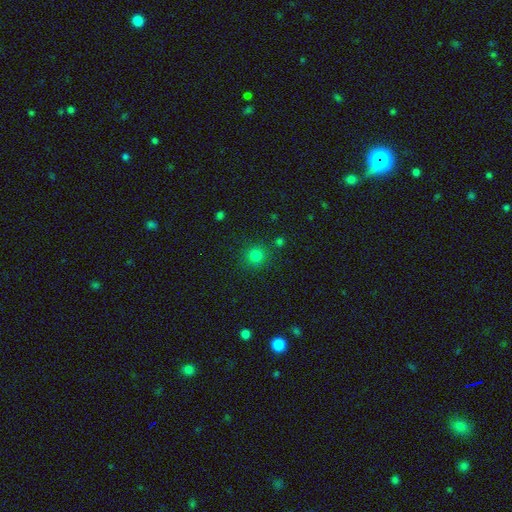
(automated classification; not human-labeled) smooth-or-featured: smooth: 80% | star or artifact: 16% | featured or disk: 5%
  how-rounded: round: 92% | in between: 7% | cigar-shaped: 1%
  merging: none: 85% | minor disturbance: 8% | merger: 4% | major disturbance: 3%